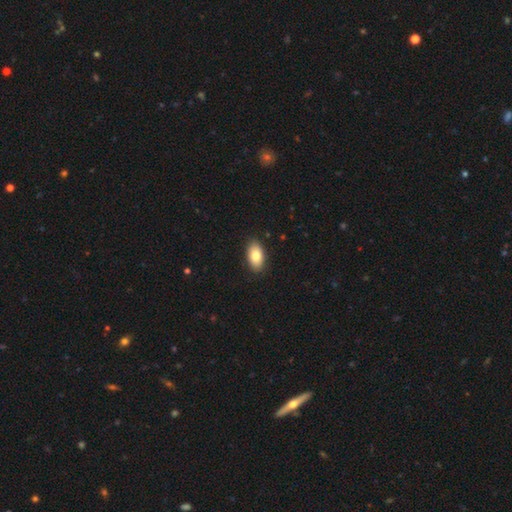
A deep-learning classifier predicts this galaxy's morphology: This appears to be a smooth galaxy with no disk features (84%) that is in between round and cigar-shaped (94%). Merging: none (88%).